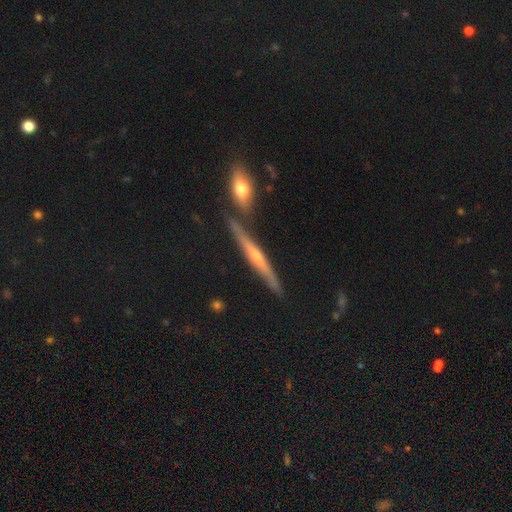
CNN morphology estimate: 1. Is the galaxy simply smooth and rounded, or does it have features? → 68% featured or disk, 25% smooth, 7% star or artifact.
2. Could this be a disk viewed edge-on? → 95% yes, 5% no.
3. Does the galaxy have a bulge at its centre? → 69% rounded, 24% none, 7% boxy.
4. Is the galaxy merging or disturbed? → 77% none, 11% minor disturbance, 10% merger, 3% major disturbance.